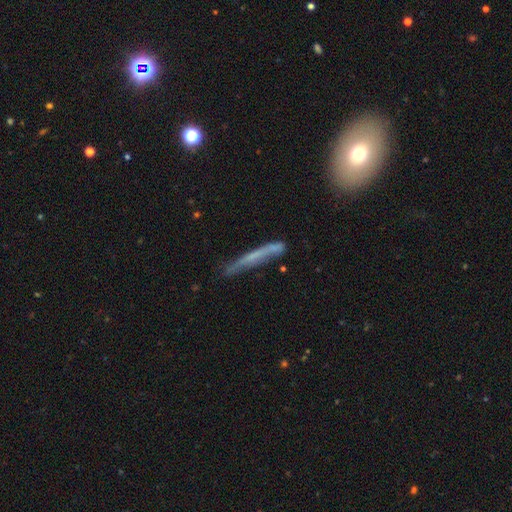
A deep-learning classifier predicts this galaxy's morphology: A featured or disk galaxy (46%).

Vote fractions:
- Smooth or featured? featured or disk: 46% / smooth: 45% / star or artifact: 9%
- Merging? none: 65% / minor disturbance: 23% / major disturbance: 8% / merger: 4%